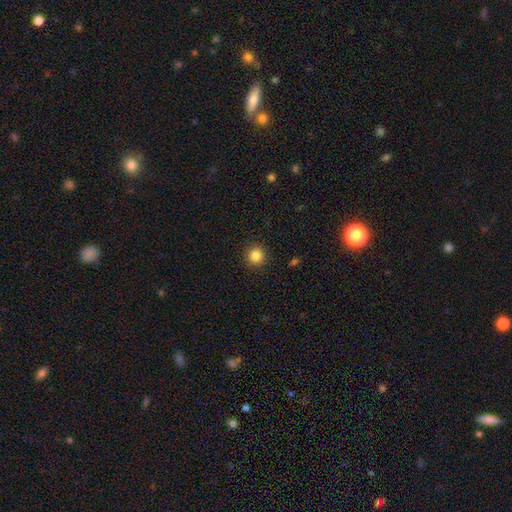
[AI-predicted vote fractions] A smooth galaxy with no disk features (85%) that is round (95%).

Vote fractions:
- Smooth or featured? smooth: 85% / star or artifact: 11% / featured or disk: 4%
- How rounded? round: 95% / in between: 4% / cigar-shaped: 1%
- Merging? none: 92% / minor disturbance: 5% / major disturbance: 2% / merger: 1%